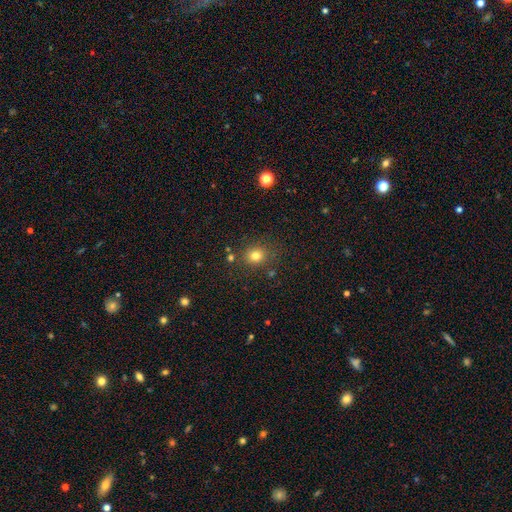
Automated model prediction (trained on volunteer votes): Smooth or featured: smooth — 77% (star or artifact — 16%)
How rounded: round — 73% (in between — 26%)
Merging: none — 80% (minor disturbance — 11%)